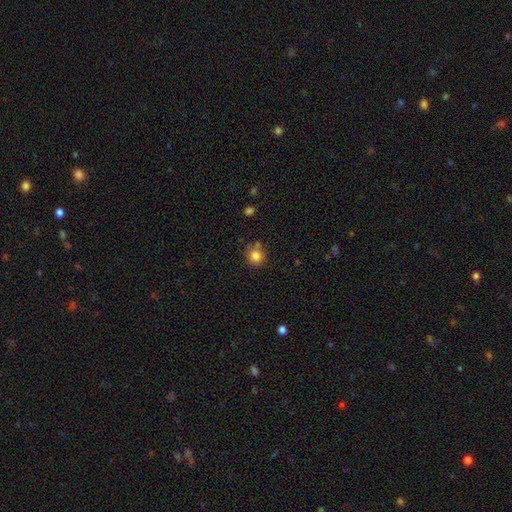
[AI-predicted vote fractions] smooth_or_featured: smooth (p=0.83) [alt: star or artifact p=0.11]
how_rounded: round (p=0.88) [alt: in between p=0.11]
merging: none (p=0.76) [alt: minor disturbance p=0.12]